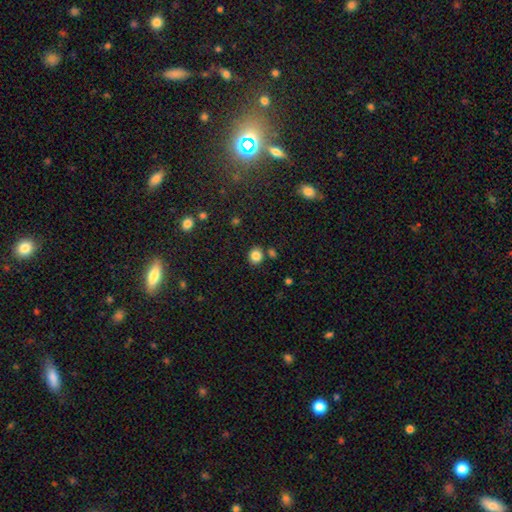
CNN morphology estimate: A smooth galaxy with no disk features (84%) that is round (72%). Merging: none (81%).